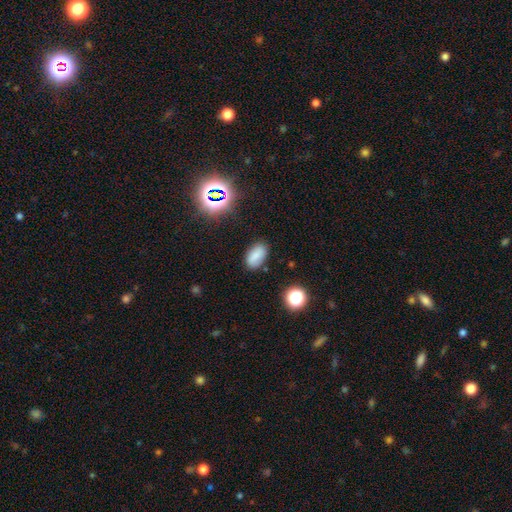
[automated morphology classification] smooth-or-featured: smooth: 80% | star or artifact: 13% | featured or disk: 8%
  how-rounded: in between: 92% | round: 6% | cigar-shaped: 2%
  merging: none: 82% | minor disturbance: 13% | major disturbance: 3% | merger: 2%